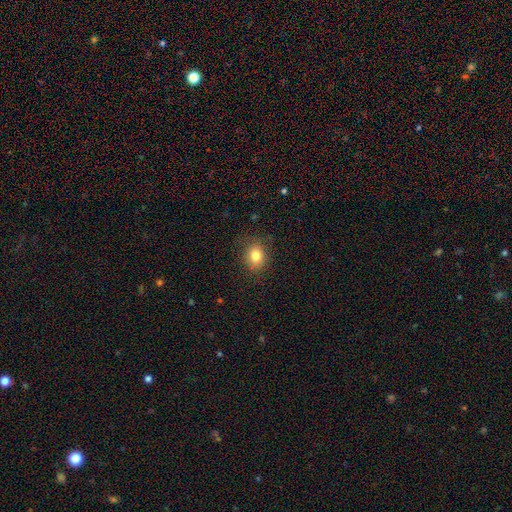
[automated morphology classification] A smooth galaxy with no disk features (82%) that is round (53%). Merging: none (82%).